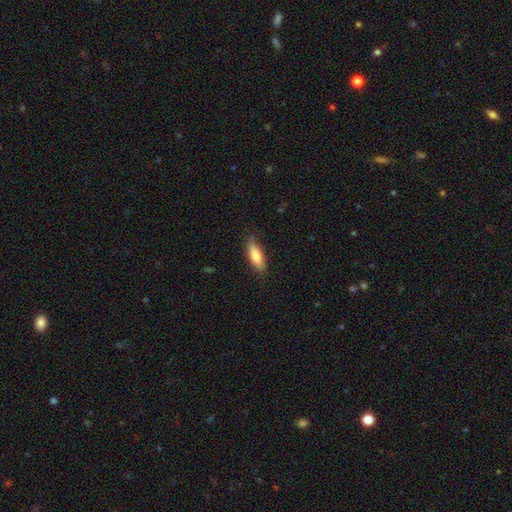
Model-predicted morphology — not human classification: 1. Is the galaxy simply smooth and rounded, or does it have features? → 79% smooth, 15% featured or disk, 6% star or artifact.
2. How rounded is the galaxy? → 56% in between, 42% cigar-shaped, 2% round.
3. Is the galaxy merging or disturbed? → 81% none, 15% minor disturbance, 3% major disturbance, 1% merger.